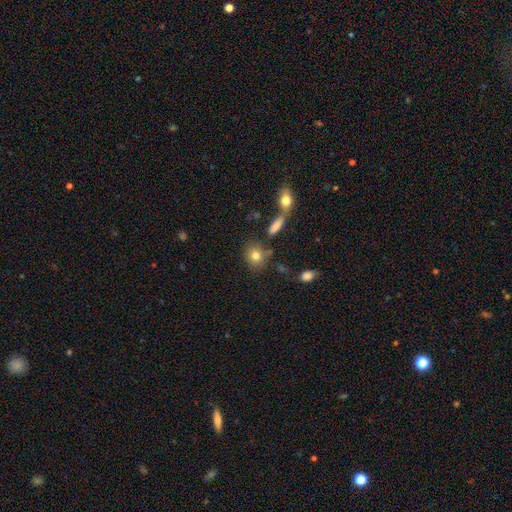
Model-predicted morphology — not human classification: Smooth or featured: smooth — 79% (featured or disk — 11%)
How rounded: round — 63% (in between — 34%)
Merging: none — 69% (minor disturbance — 13%)